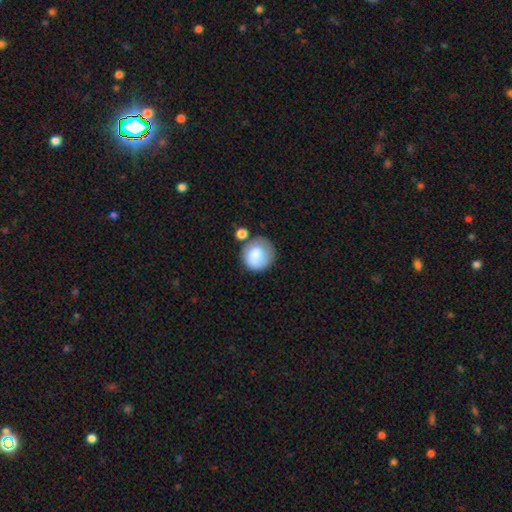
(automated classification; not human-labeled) Smooth or featured? Predicted: smooth (p=0.82). How rounded? Predicted: round (p=0.88). Merging? Predicted: none (p=0.60).